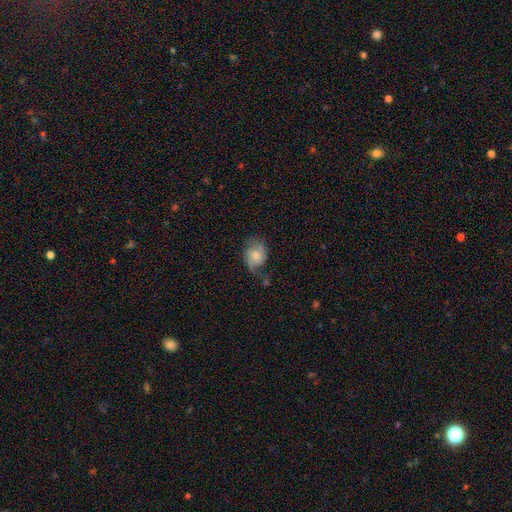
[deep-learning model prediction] smooth_or_featured: featured or disk (p=0.48) [alt: smooth p=0.44]
merging: none (p=0.41) [alt: minor disturbance p=0.31]